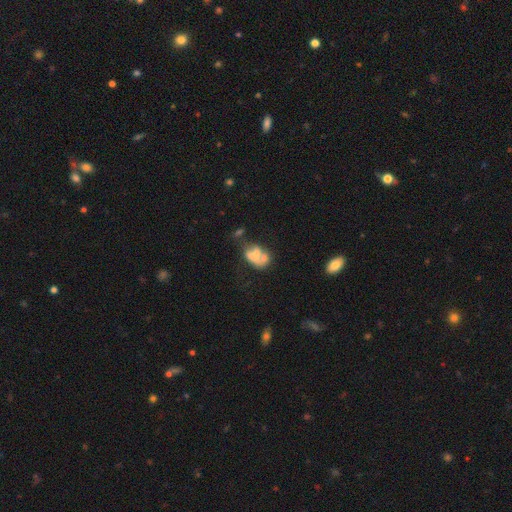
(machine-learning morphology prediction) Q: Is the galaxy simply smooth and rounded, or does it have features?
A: smooth — 48%.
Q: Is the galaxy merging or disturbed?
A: merger — 43%.